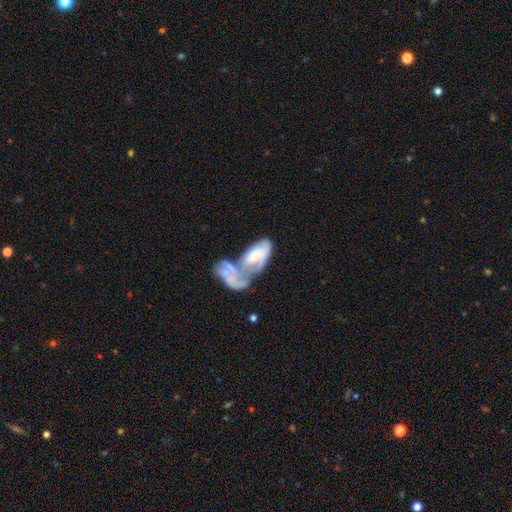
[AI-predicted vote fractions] smooth-or-featured: featured or disk: 51% | smooth: 43% | star or artifact: 6%
  disk-edge-on: no: 93% | yes: 7%
  merging: merger: 58% | major disturbance: 22% | none: 11% | minor disturbance: 9%